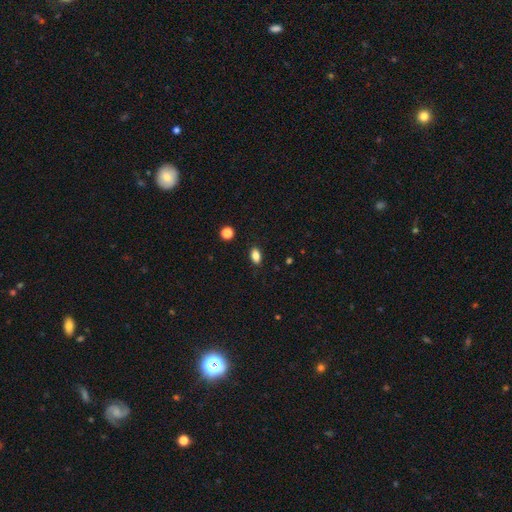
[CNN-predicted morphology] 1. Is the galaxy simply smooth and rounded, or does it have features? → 84% smooth, 10% star or artifact, 6% featured or disk.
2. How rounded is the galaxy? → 87% in between, 10% round, 3% cigar-shaped.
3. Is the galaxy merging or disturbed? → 87% none, 9% minor disturbance, 2% major disturbance, 1% merger.